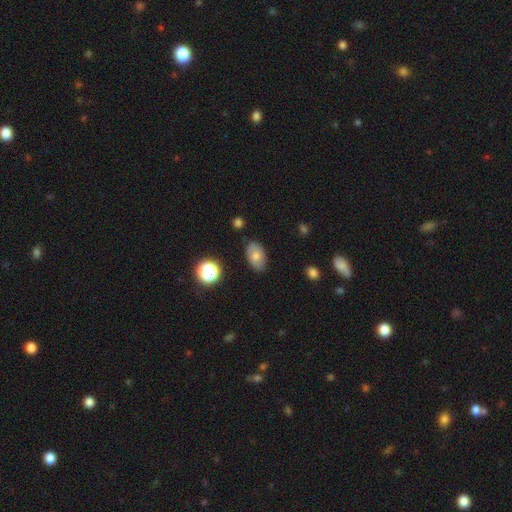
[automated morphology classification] A smooth galaxy with no disk features (73%) that is in between round and cigar-shaped (90%). Merging: none (82%).